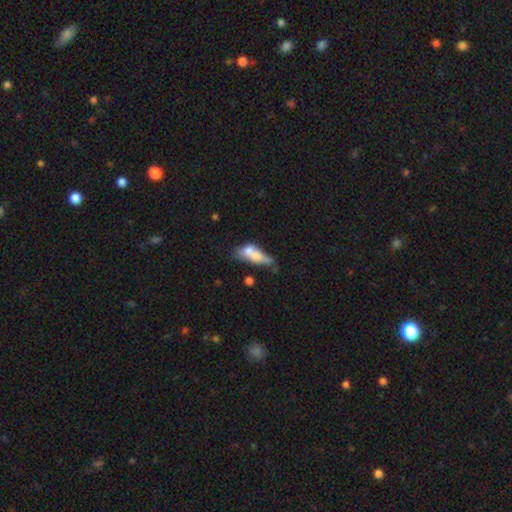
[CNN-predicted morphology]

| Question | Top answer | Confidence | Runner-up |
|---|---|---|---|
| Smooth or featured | smooth | 59% | featured or disk (32%) |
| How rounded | in between | 66% | cigar-shaped (27%) |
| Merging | merger | 45% | none (21%) |